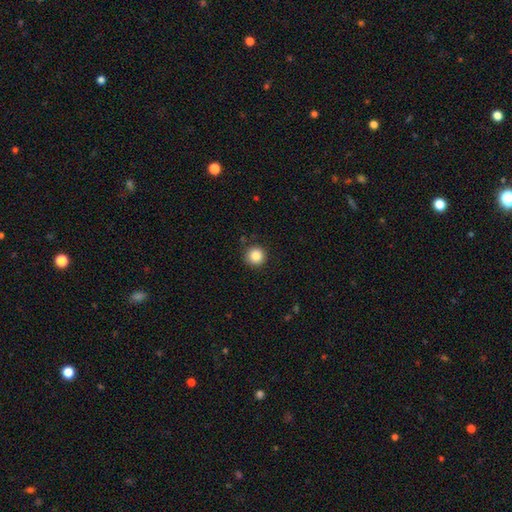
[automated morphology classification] A smooth galaxy with no disk features (86%) that is round (95%). Merging: none (90%).